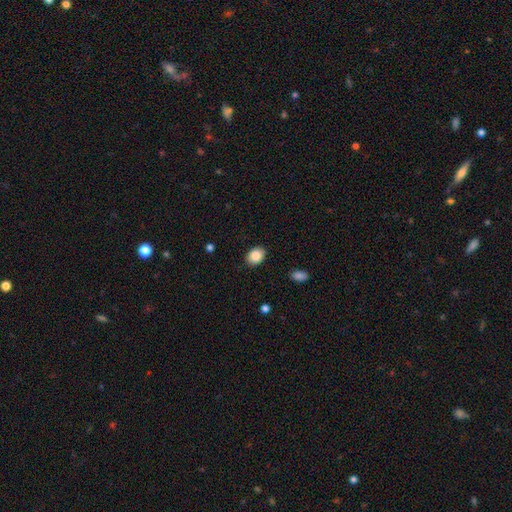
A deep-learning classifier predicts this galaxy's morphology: smooth-or-featured: smooth: 88% | star or artifact: 8% | featured or disk: 5%
  how-rounded: in between: 71% | round: 28% | cigar-shaped: 1%
  merging: none: 87% | minor disturbance: 10% | major disturbance: 2% | merger: 1%